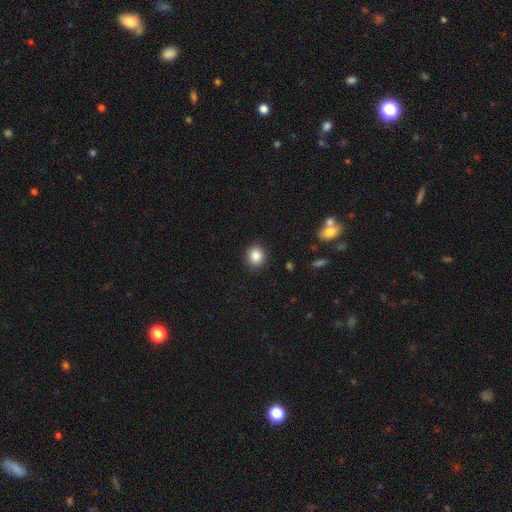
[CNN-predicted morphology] smooth 86%, star or artifact 9%, featured or disk 5%. Down the decision tree: how rounded — round (81%); merging — none (91%).